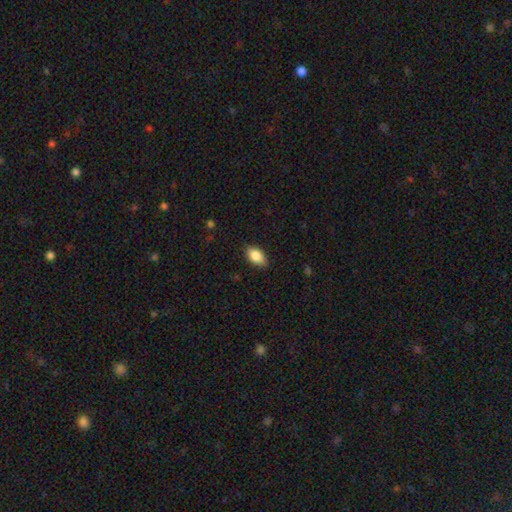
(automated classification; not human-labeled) A smooth galaxy with no disk features (85%) that is in between round and cigar-shaped (91%).

Vote fractions:
- Smooth or featured? smooth: 85% / featured or disk: 8% / star or artifact: 7%
- How rounded? in between: 91% / round: 6% / cigar-shaped: 3%
- Merging? none: 84% / minor disturbance: 13% / major disturbance: 2% / merger: 1%